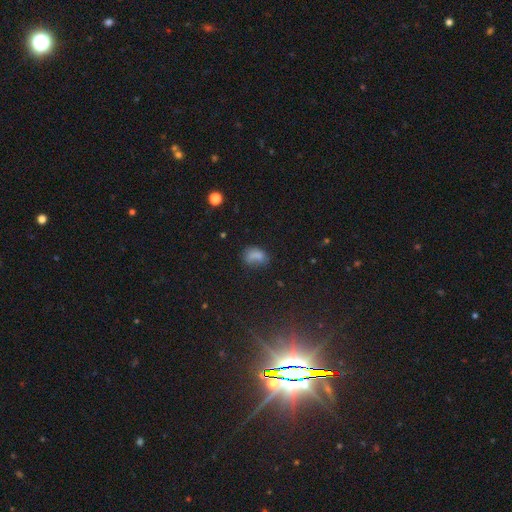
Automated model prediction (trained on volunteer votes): The model was most divided on "merging": none: 44%, minor disturbance: 29%, major disturbance: 18%, merger: 8%. More confident: how rounded — in between (79%); smooth or featured — smooth (72%).